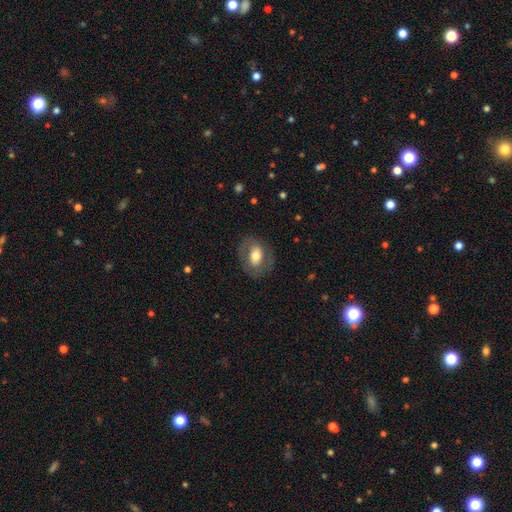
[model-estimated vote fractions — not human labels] smooth_or_featured: smooth (p=0.52) [alt: featured or disk p=0.41]
how_rounded: in between (p=0.74) [alt: round p=0.25]
merging: none (p=0.76) [alt: minor disturbance p=0.14]